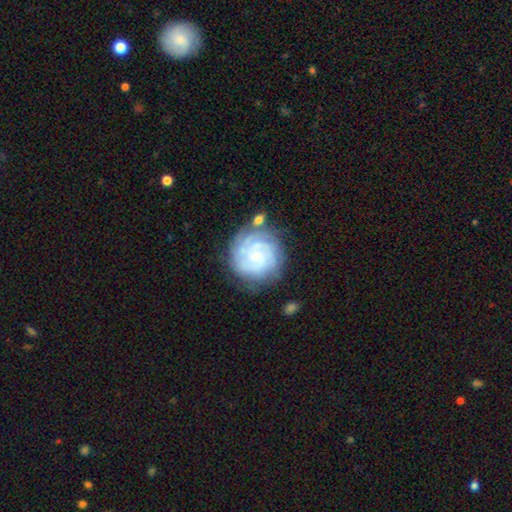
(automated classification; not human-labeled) Smooth or featured: featured or disk — 76% (smooth — 16%)
Edge-on disk: no — 98% (yes — 2%)
Bar: no — 74% (weak — 22%)
Spiral arms: yes — 95% (no — 5%)
Spiral winding: tight — 77% (medium — 18%)
Spiral arm count: can't tell — 31% (4 — 22%)
Bulge size: small — 72% (moderate — 18%)
Merging: none — 72% (minor disturbance — 16%)